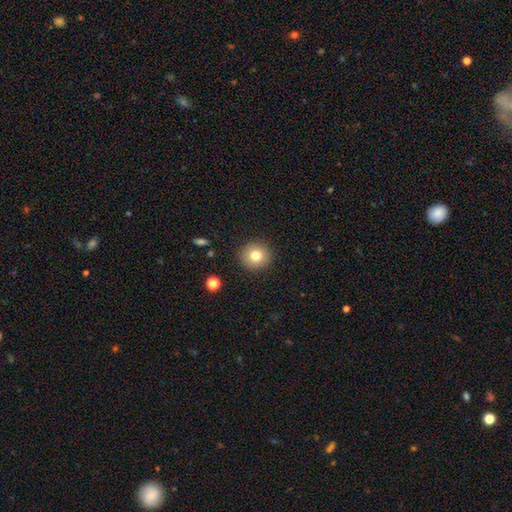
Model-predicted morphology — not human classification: smooth-or-featured: smooth: 78% | star or artifact: 11% | featured or disk: 10%
  how-rounded: round: 93% | in between: 6% | cigar-shaped: 1%
  merging: none: 91% | minor disturbance: 6% | major disturbance: 2% | merger: 1%